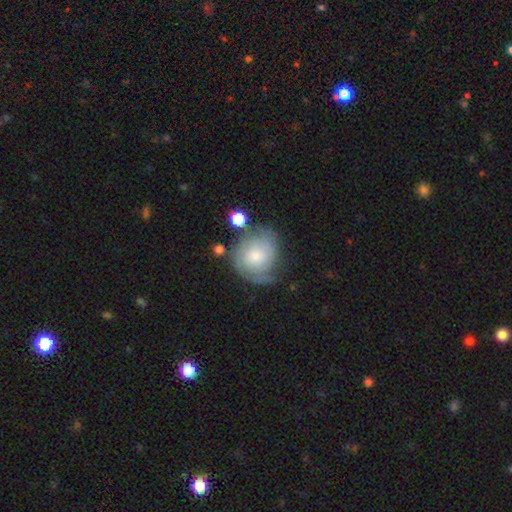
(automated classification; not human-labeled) smooth-or-featured: featured or disk: 50% | smooth: 43% | star or artifact: 8%
  merging: none: 51% | minor disturbance: 27% | major disturbance: 15% | merger: 7%